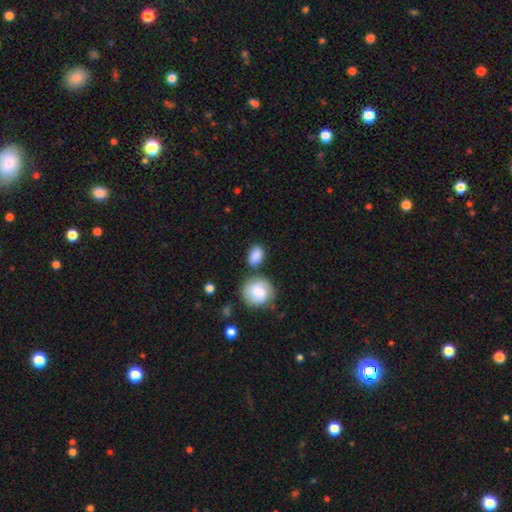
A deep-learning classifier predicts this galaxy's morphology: smooth_or_featured: smooth (p=0.84) [alt: featured or disk p=0.09]
how_rounded: in between (p=0.71) [alt: round p=0.26]
merging: none (p=0.62) [alt: minor disturbance p=0.17]